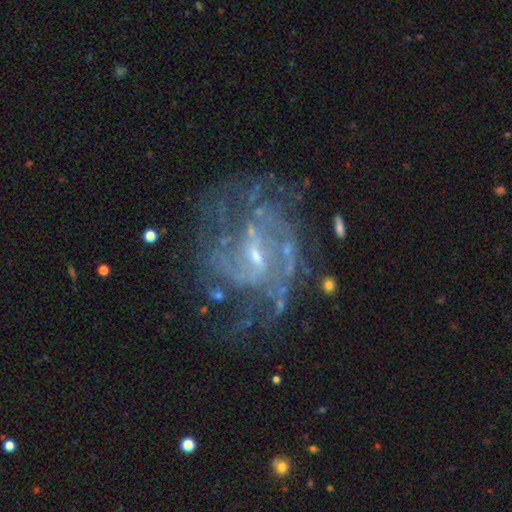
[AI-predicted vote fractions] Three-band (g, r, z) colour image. It shows a featured or disk galaxy (87%) with a weak bar (57%), 2 (33%) medium (48%) spiral arms (94%) and a small central bulge (70%). Merging: none (62%).